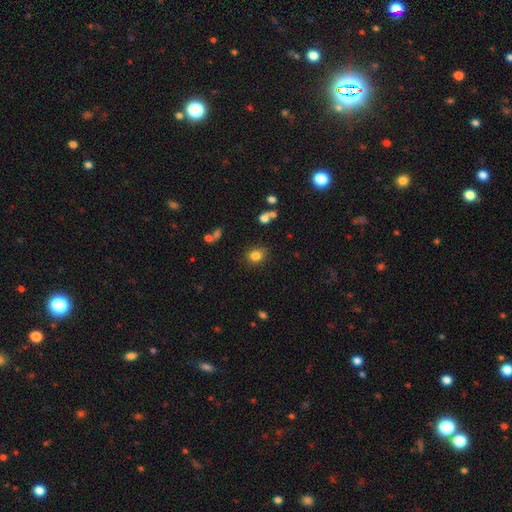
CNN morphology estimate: Q: Smooth or featured?
A: smooth (83%); runner-up: star or artifact (11%)
Q: How rounded?
A: round (64%); runner-up: in between (35%)
Q: Merging?
A: none (79%); runner-up: minor disturbance (14%)